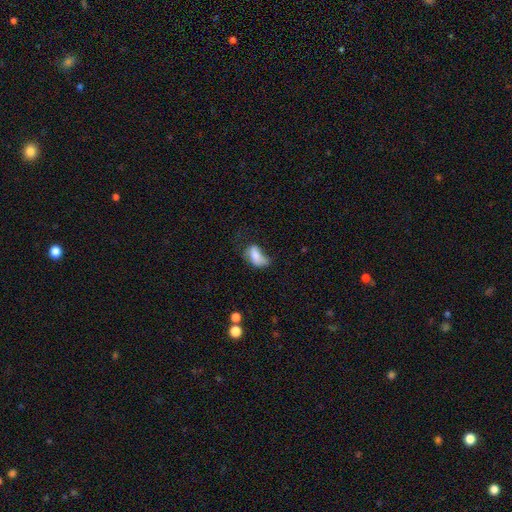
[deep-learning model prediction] This is likely a smooth galaxy (75%). How rounded: clearly in between (91%). Merging: marginally minor disturbance (34%).